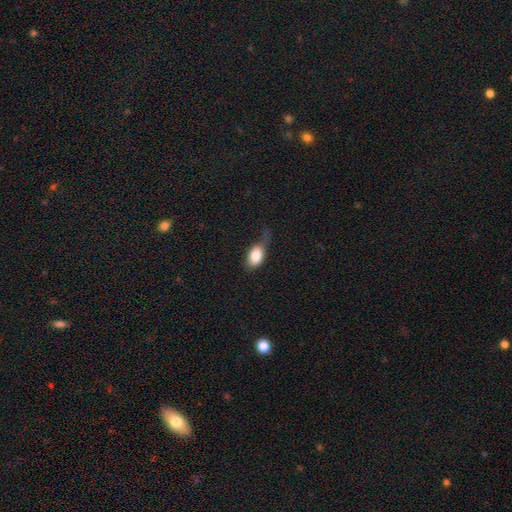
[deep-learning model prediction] Smooth or featured: smooth — 83% (featured or disk — 10%)
How rounded: in between — 85% (round — 12%)
Merging: minor disturbance — 33% (tied with none — 33%)